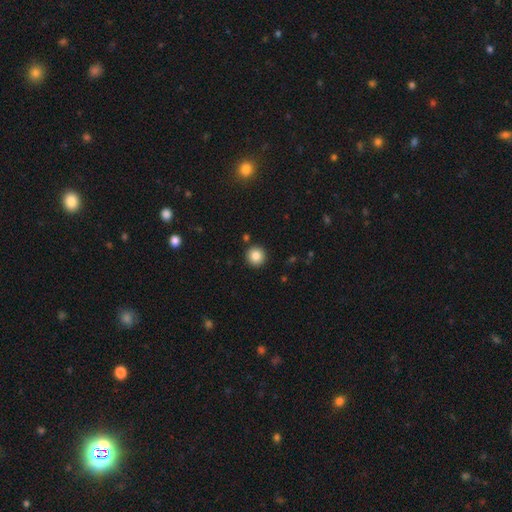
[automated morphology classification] Q: Smooth or featured?
A: smooth (86%); runner-up: star or artifact (10%)
Q: How rounded?
A: round (95%); runner-up: in between (4%)
Q: Merging?
A: none (91%); runner-up: minor disturbance (5%)